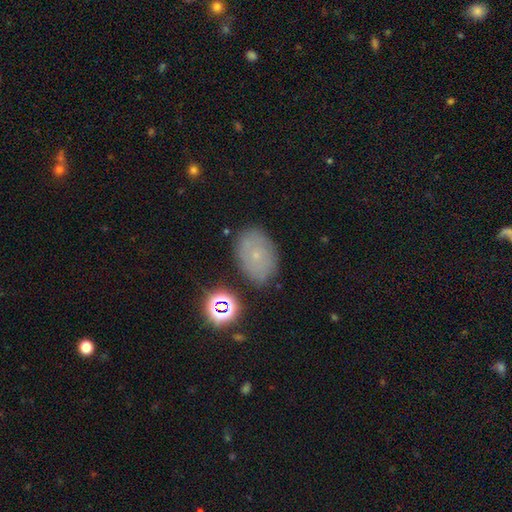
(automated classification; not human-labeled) A smooth galaxy with no disk features (53%) that is in between round and cigar-shaped (76%).

Vote fractions:
- Smooth or featured? smooth: 53% / featured or disk: 29% / star or artifact: 18%
- How rounded? in between: 76% / round: 22% / cigar-shaped: 1%
- Merging? none: 80% / minor disturbance: 14% / major disturbance: 4% / merger: 2%